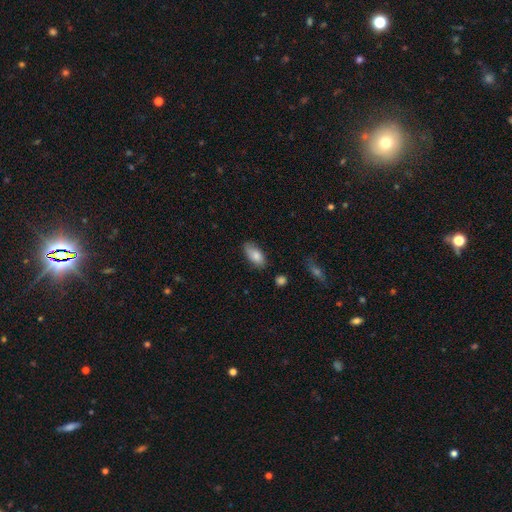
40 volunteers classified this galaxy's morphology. This is clearly a smooth galaxy (82%). How rounded: clearly in between (91%). Merging: likely none (71%).